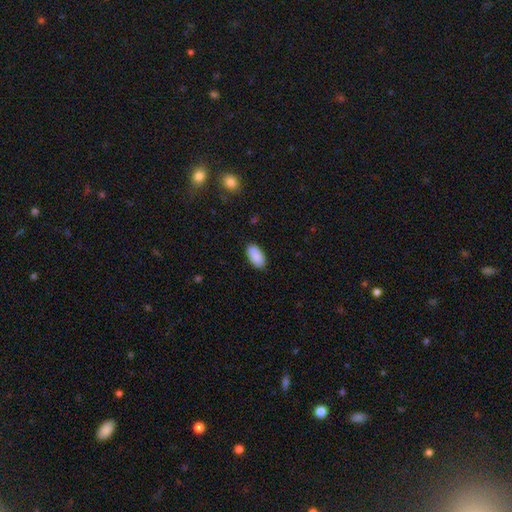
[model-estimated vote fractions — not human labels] Smooth or featured: smooth — 89% (star or artifact — 6%)
How rounded: in between — 95% (cigar-shaped — 3%)
Merging: none — 84% (minor disturbance — 12%)